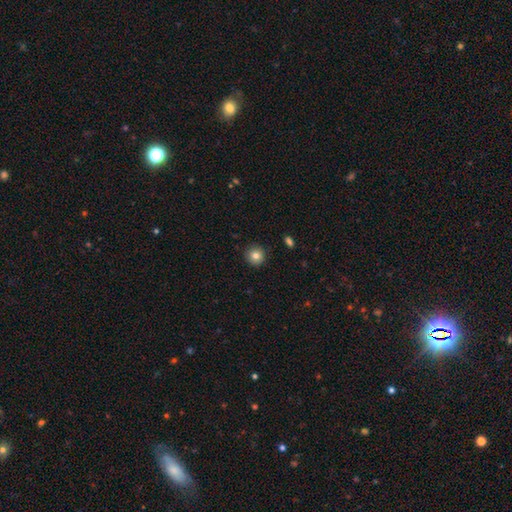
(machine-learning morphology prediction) smooth-or-featured: smooth: 82% | star or artifact: 10% | featured or disk: 9%
  how-rounded: round: 94% | in between: 5% | cigar-shaped: 1%
  merging: none: 91% | minor disturbance: 7% | major disturbance: 2% | merger: 1%